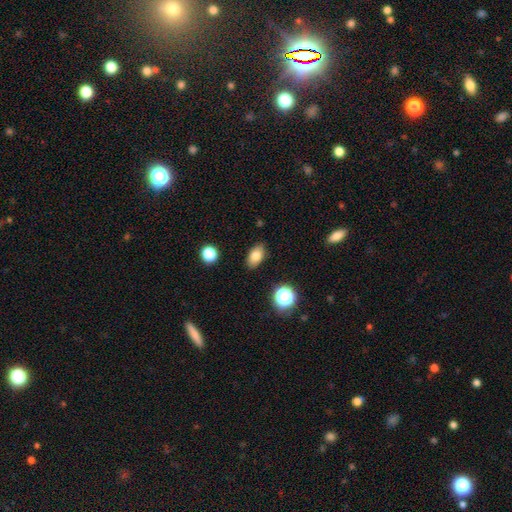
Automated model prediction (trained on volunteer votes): smooth-or-featured: smooth: 81% | star or artifact: 10% | featured or disk: 9%
  how-rounded: in between: 88% | round: 10% | cigar-shaped: 3%
  merging: none: 87% | minor disturbance: 10% | major disturbance: 2% | merger: 1%